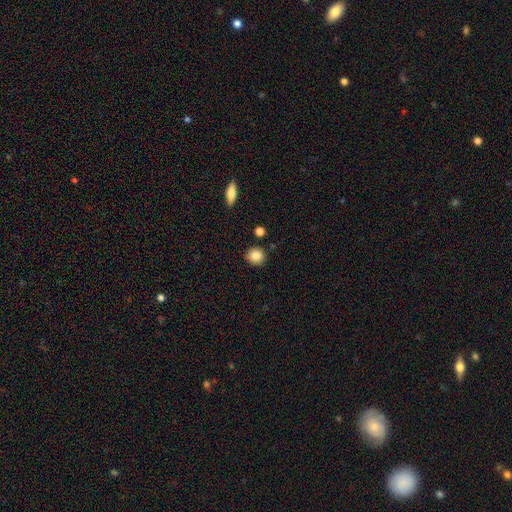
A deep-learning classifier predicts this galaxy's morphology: Smooth or featured: smooth — 86% (star or artifact — 9%)
How rounded: round — 86% (in between — 13%)
Merging: none — 87% (minor disturbance — 8%)